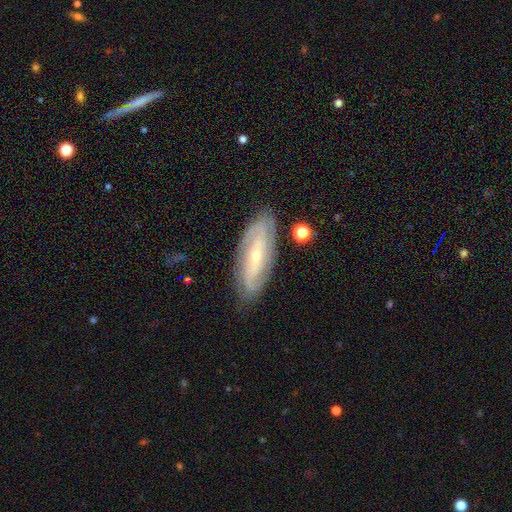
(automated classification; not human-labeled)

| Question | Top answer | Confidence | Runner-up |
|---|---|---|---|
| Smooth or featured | featured or disk | 82% | smooth (12%) |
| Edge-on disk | no | 90% | yes (10%) |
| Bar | no | 47% | weak (31%) |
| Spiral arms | yes | 94% | no (6%) |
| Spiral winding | tight | 54% | medium (34%) |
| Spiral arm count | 2 | 45% | can't tell (23%) |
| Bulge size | small | 72% | moderate (25%) |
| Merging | none | 80% | minor disturbance (14%) |